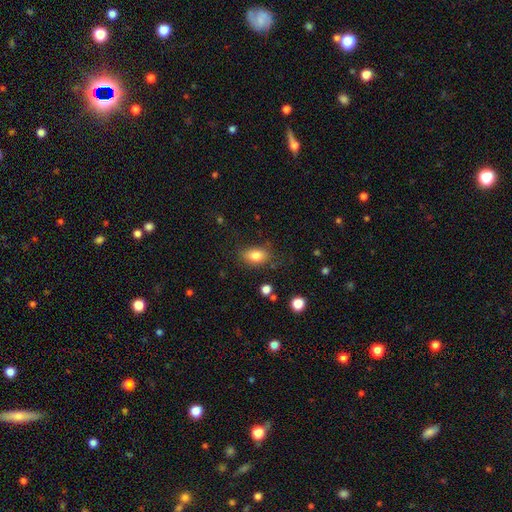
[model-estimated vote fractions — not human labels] Smooth or featured? smooth (82%)
How rounded? in between (83%)
Merging? none (76%)